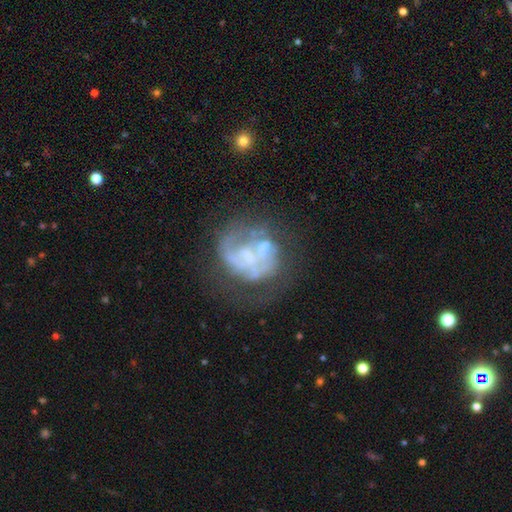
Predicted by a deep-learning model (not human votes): Smooth or featured? Predicted: featured or disk (p=0.69). Edge-on disk? Predicted: no (p=0.98). Bar? Predicted: no (p=0.70). Spiral arms? Predicted: no (p=0.52). Bulge size? Predicted: small (p=0.40). Merging? Predicted: none (p=0.39).